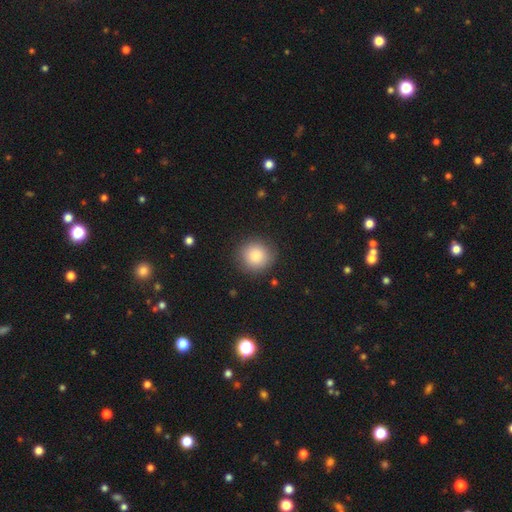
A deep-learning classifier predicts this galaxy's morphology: Q: Smooth or featured?
A: smooth (85%); runner-up: star or artifact (8%)
Q: How rounded?
A: round (92%); runner-up: in between (7%)
Q: Merging?
A: none (87%); runner-up: minor disturbance (9%)